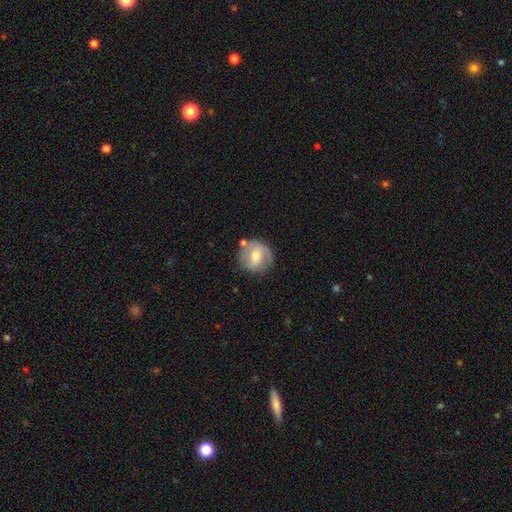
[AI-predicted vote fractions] Smooth or featured? featured or disk (47%)
Merging? none (67%)